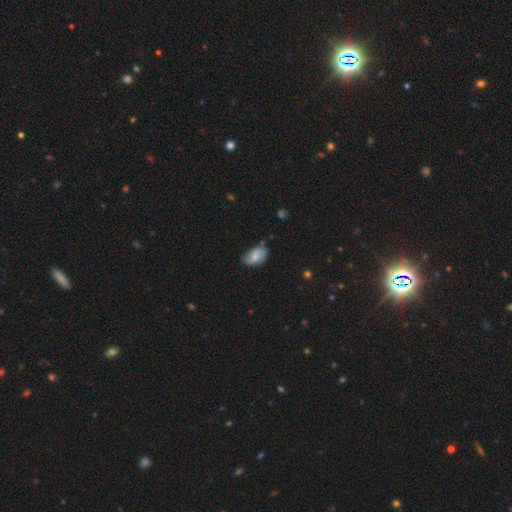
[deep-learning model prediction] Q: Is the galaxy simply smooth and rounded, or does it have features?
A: smooth — 58%.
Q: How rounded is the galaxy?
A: in between — 91%.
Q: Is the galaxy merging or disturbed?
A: none — 61%.